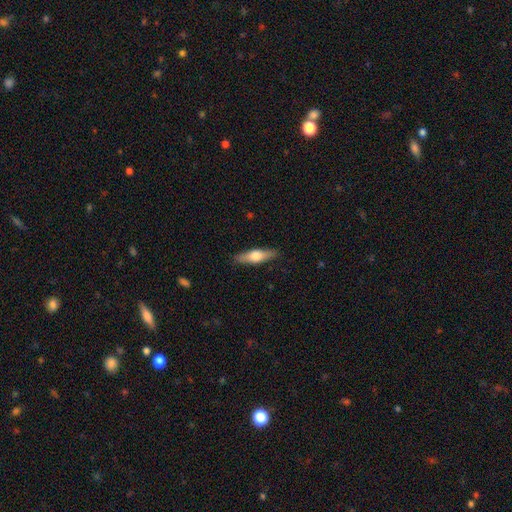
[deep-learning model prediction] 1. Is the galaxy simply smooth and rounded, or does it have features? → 51% smooth, 43% featured or disk, 5% star or artifact.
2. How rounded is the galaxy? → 60% cigar-shaped, 37% in between, 3% round.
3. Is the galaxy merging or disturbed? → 89% none, 8% minor disturbance, 2% major disturbance, 1% merger.